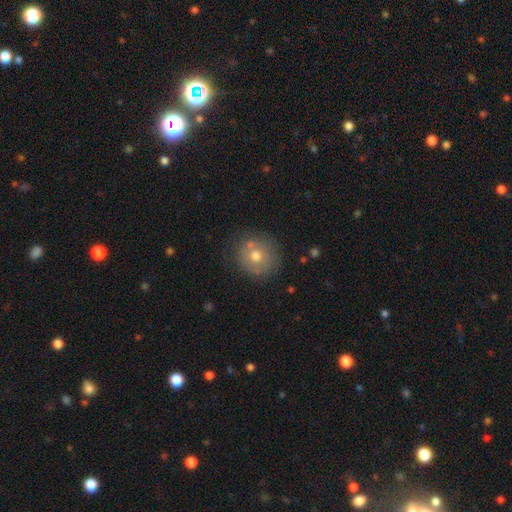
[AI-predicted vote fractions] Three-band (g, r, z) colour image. It shows a smooth galaxy with no disk features (62%) that is round (90%). Merging: none (72%).